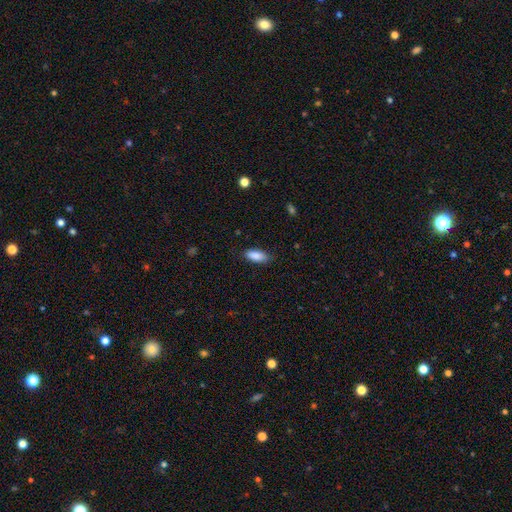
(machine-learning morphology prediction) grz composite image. It shows a smooth galaxy with no disk features (89%) that is in between round and cigar-shaped (82%). Merging: none (83%).